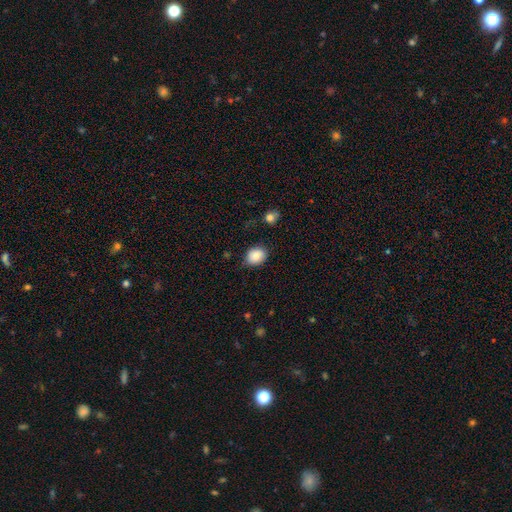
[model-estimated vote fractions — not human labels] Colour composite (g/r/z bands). It shows a smooth galaxy with no disk features (85%) that is in between round and cigar-shaped (54%). Merging: none (80%).